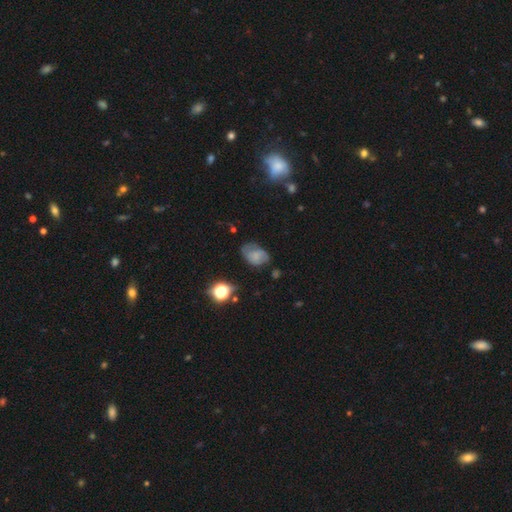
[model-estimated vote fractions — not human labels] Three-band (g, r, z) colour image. It shows a smooth galaxy with no disk features (55%) that is in between round and cigar-shaped (77%). Merging: none (53%).